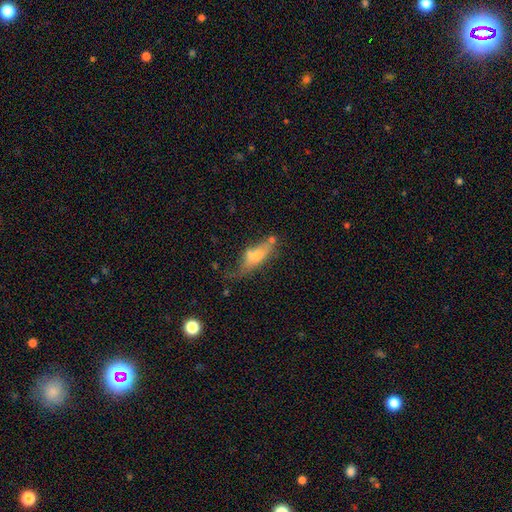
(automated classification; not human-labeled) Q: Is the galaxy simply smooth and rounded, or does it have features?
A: smooth — 60%.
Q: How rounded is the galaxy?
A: in between — 64%.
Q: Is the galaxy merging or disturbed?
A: minor disturbance — 29%.